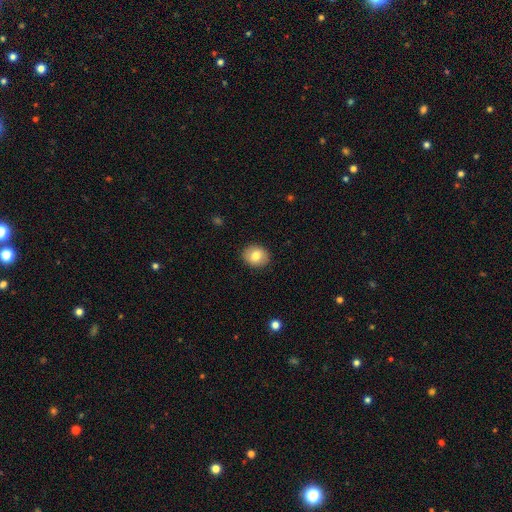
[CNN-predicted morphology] smooth-or-featured: smooth: 80% | featured or disk: 12% | star or artifact: 8%
  how-rounded: round: 64% | in between: 35% | cigar-shaped: 1%
  merging: none: 90% | minor disturbance: 7% | major disturbance: 2% | merger: 1%